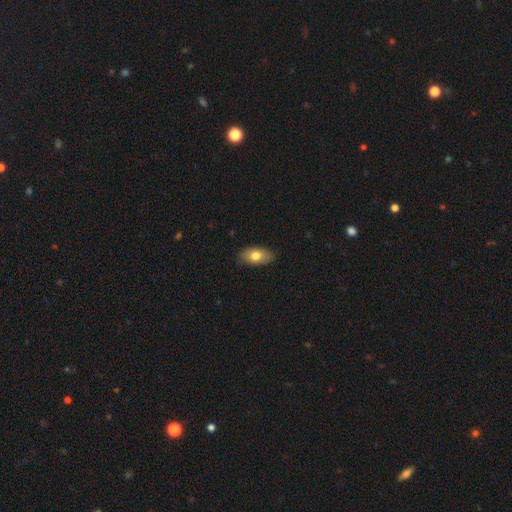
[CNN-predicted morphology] The model was most divided on "smooth or featured": smooth: 76%, featured or disk: 17%, star or artifact: 7%. More confident: how rounded — in between (91%); merging — none (86%).